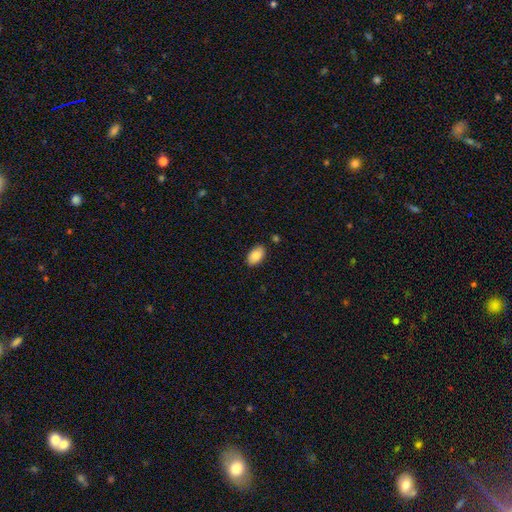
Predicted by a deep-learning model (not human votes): The model was most divided on "merging": none: 84%, minor disturbance: 11%, merger: 2%, major disturbance: 2%. More confident: how rounded — in between (93%); smooth or featured — smooth (85%).